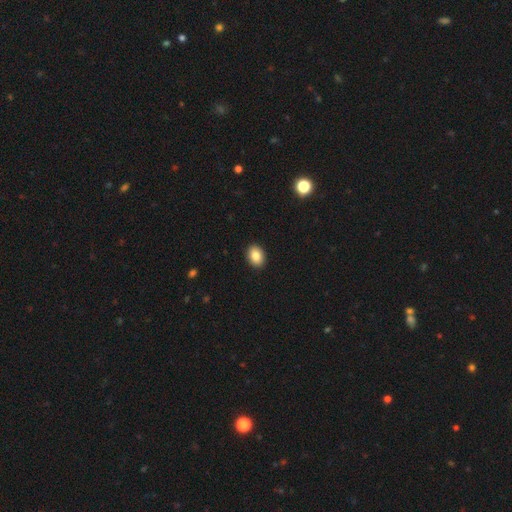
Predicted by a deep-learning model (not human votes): This is clearly a smooth galaxy (86%). How rounded: likely in between (71%). Merging: clearly none (91%).